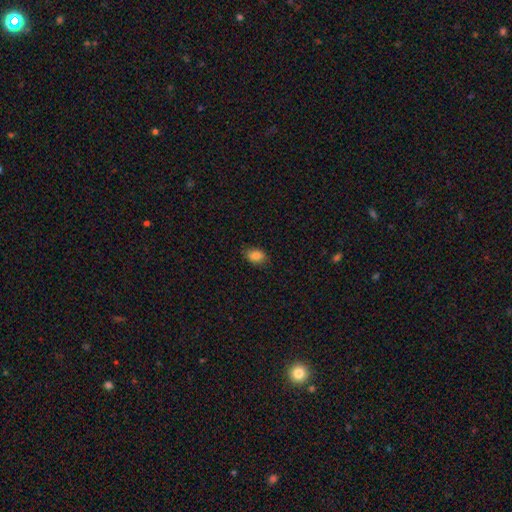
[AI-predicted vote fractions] Overall: smooth (84%). How rounded: in between (78%). Merging: none (85%).